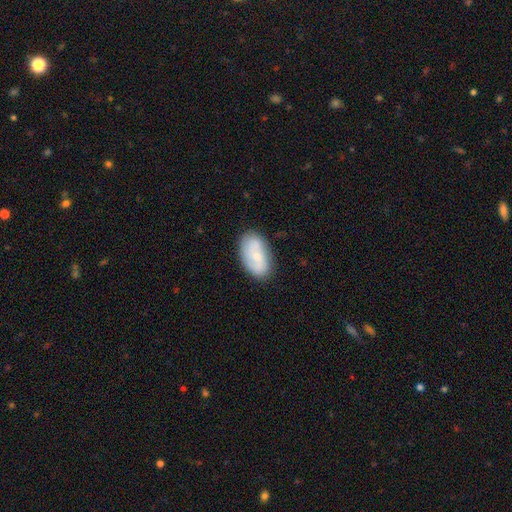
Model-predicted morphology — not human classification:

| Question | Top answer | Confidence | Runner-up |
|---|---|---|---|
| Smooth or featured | smooth | 55% | featured or disk (38%) |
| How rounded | in between | 92% | round (6%) |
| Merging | none | 77% | minor disturbance (16%) |